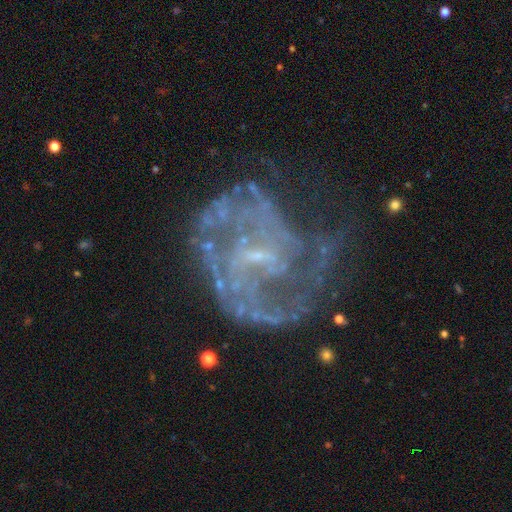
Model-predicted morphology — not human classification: smooth_or_featured: featured or disk (p=0.83) [alt: star or artifact p=0.10]
disk_edge_on: no (p=0.98) [alt: yes p=0.02]
bar: weak (p=0.47) [alt: no p=0.40]
has_spiral_arms: yes (p=0.82) [alt: no p=0.18]
spiral_winding: medium (p=0.41) [alt: tight p=0.39]
spiral_arm_count: can't tell (p=0.38) [alt: 2 p=0.27]
bulge_size: small (p=0.60) [alt: none p=0.27]
merging: none (p=0.46) [alt: major disturbance p=0.30]